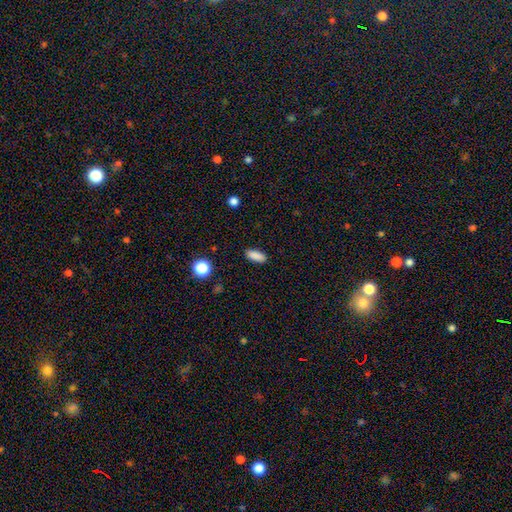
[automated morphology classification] type=smooth (88%); roundness=in between (77%); merging=none (90%).